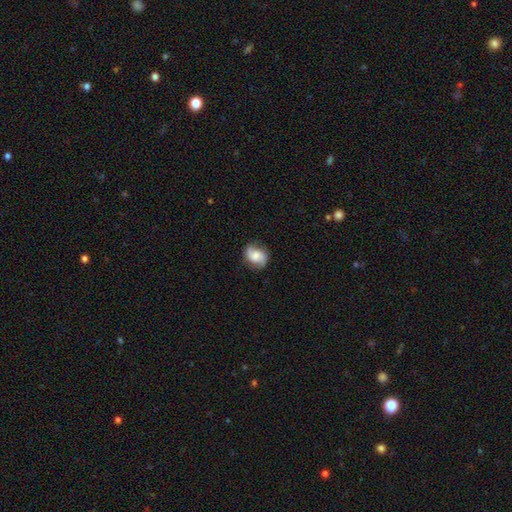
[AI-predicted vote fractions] The model was most divided on "smooth or featured": featured or disk: 51%, smooth: 41%, star or artifact: 8%. More confident: edge-on disk — no (97%); merging — none (79%).